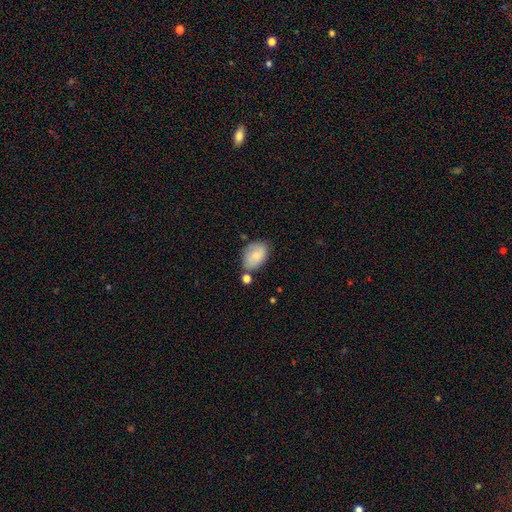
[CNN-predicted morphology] A smooth galaxy with no disk features (80%) that is in between round and cigar-shaped (88%). Merging: none (64%).